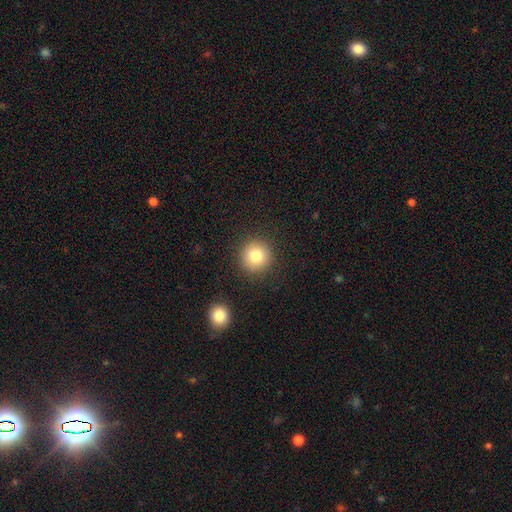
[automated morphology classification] smooth 81%, star or artifact 11%, featured or disk 9%. Down the decision tree: how rounded — round (94%); merging — none (90%).